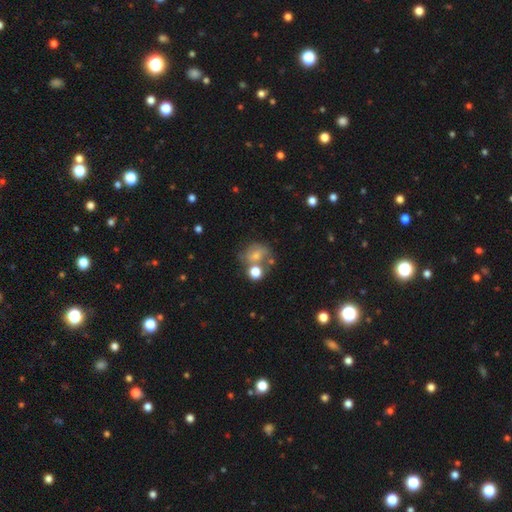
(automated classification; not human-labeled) This is possibly a smooth galaxy (57%). How rounded: likely round (63%). Merging: marginally none (41%).